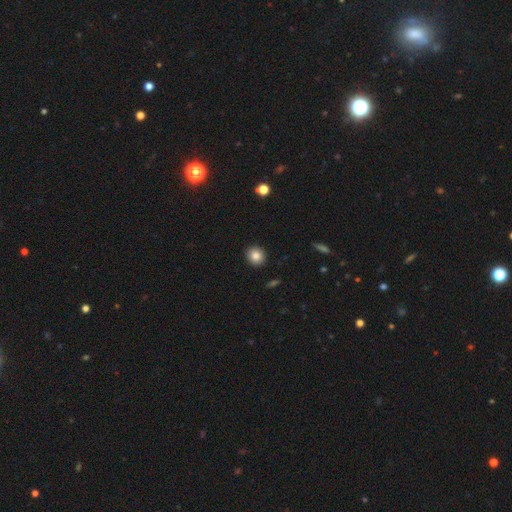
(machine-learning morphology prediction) smooth-or-featured: smooth: 84% | star or artifact: 10% | featured or disk: 7%
  how-rounded: round: 89% | in between: 10% | cigar-shaped: 1%
  merging: none: 92% | minor disturbance: 5% | major disturbance: 2% | merger: 1%